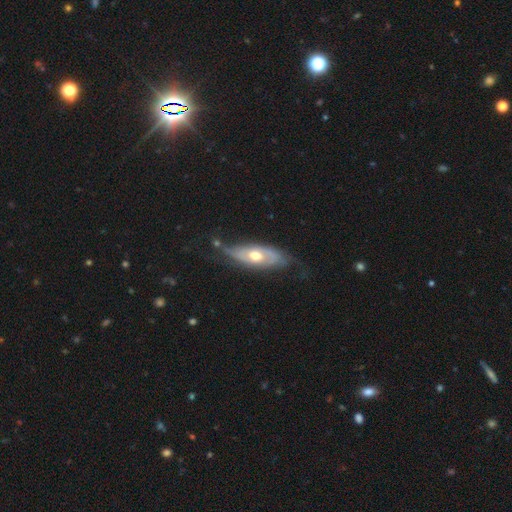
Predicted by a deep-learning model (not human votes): Smooth or featured? featured or disk (64%)
Edge-on disk? no (76%)
Merging? none (56%)